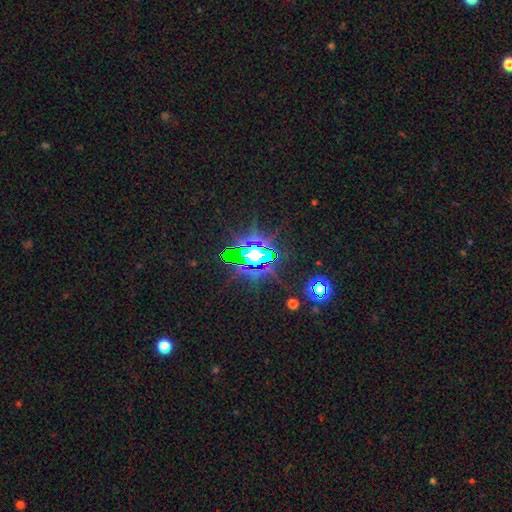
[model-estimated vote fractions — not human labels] smooth_or_featured: star or artifact (p=0.75) [alt: featured or disk p=0.13]